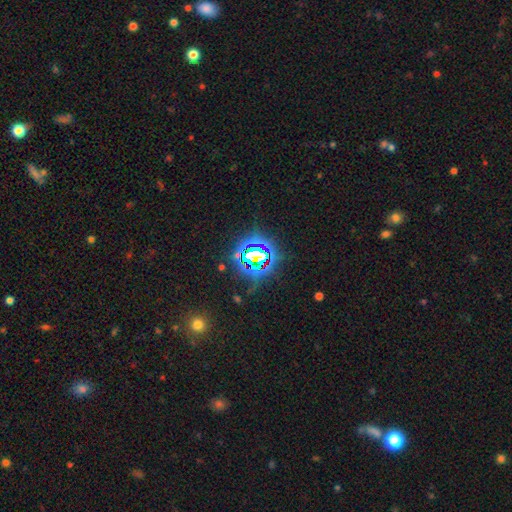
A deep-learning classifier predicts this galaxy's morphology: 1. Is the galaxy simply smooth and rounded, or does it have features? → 79% star or artifact, 11% smooth, 10% featured or disk.